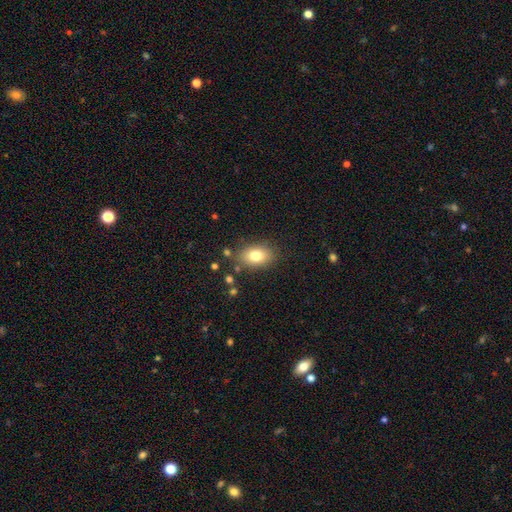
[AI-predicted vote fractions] Q: Smooth or featured?
A: smooth (79%); runner-up: featured or disk (12%)
Q: How rounded?
A: in between (80%); runner-up: round (19%)
Q: Merging?
A: none (82%); runner-up: minor disturbance (12%)